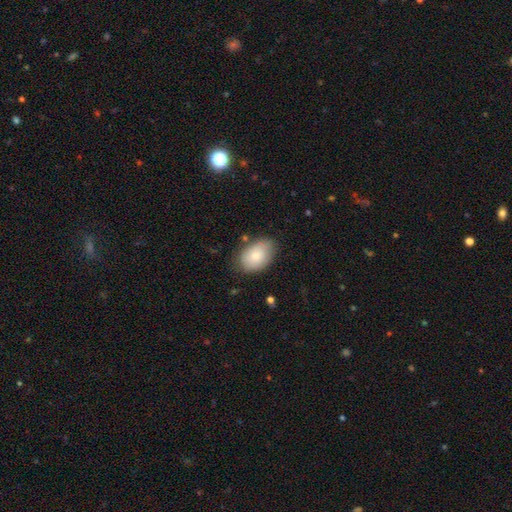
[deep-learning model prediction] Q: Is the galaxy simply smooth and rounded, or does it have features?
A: smooth — 80%.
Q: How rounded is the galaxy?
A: in between — 85%.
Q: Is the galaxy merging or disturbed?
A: none — 73%.